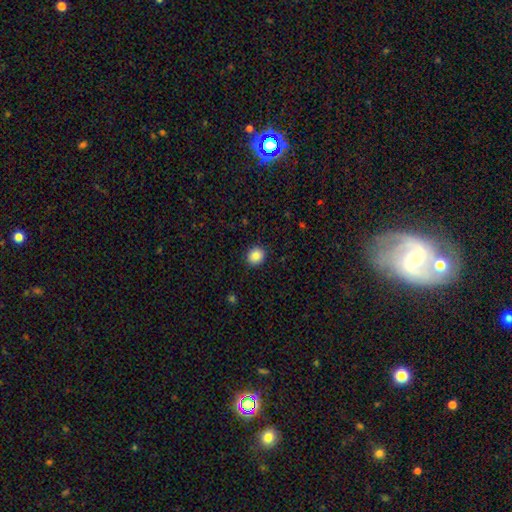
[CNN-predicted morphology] smooth-or-featured: smooth: 86% | star or artifact: 9% | featured or disk: 4%
  how-rounded: round: 81% | in between: 18% | cigar-shaped: 1%
  merging: none: 91% | minor disturbance: 6% | major disturbance: 2% | merger: 1%